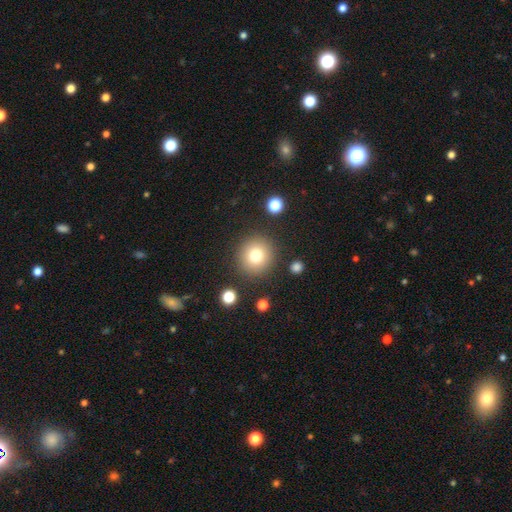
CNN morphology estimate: A smooth galaxy with no disk features (78%) that is round (93%). Merging: none (88%).